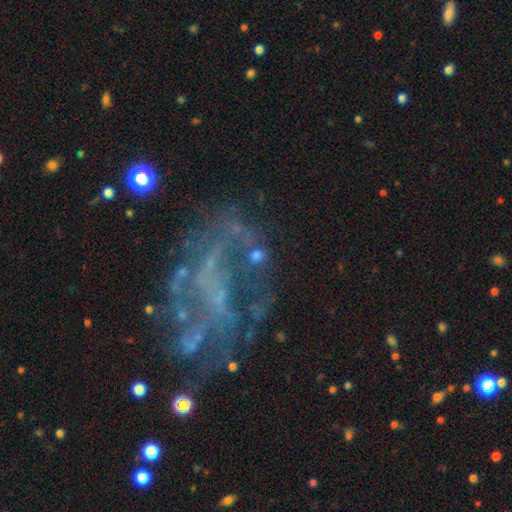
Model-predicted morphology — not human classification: Q: Smooth or featured?
A: featured or disk (55%); runner-up: star or artifact (26%)
Q: Edge-on disk?
A: no (95%); runner-up: yes (5%)
Q: Bar?
A: no (63%); runner-up: weak (22%)
Q: Spiral arms?
A: yes (58%); runner-up: no (42%)
Q: Bulge size?
A: none (41%); runner-up: small (33%)
Q: Merging?
A: none (50%); runner-up: major disturbance (24%)